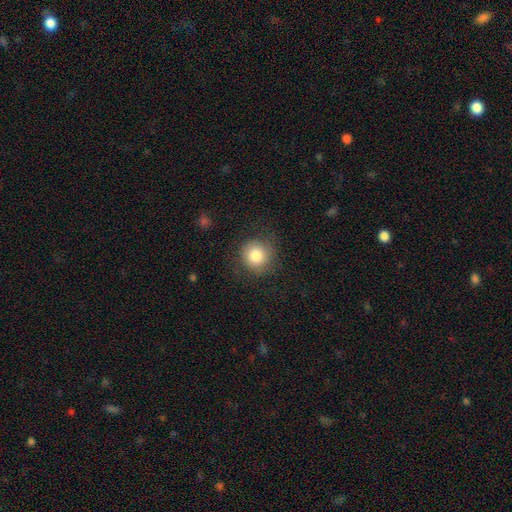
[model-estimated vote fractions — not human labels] The model was most divided on "merging": none: 78%, minor disturbance: 14%, major disturbance: 7%, merger: 1%. More confident: how rounded — round (91%); smooth or featured — smooth (81%).